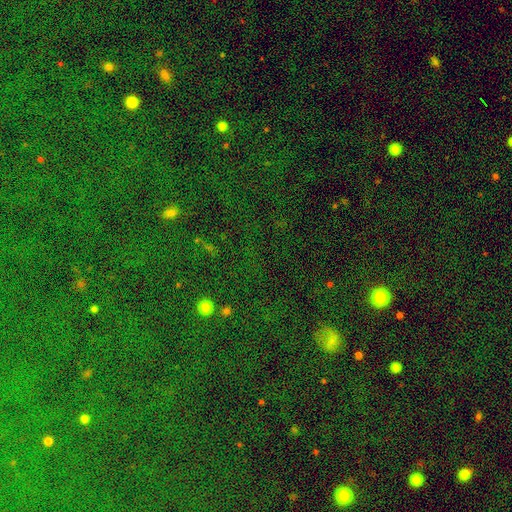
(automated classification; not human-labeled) Smooth or featured?
  - star or artifact: 76% *
  - smooth: 16%
  - featured or disk: 8%